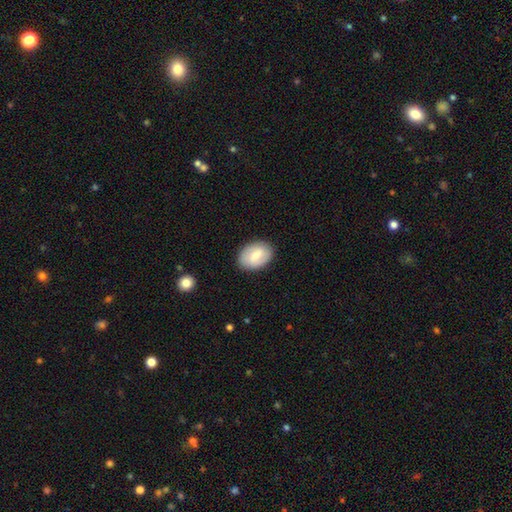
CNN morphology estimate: Smooth or featured: smooth — 64% (featured or disk — 30%)
How rounded: in between — 84% (round — 15%)
Merging: none — 85% (minor disturbance — 11%)